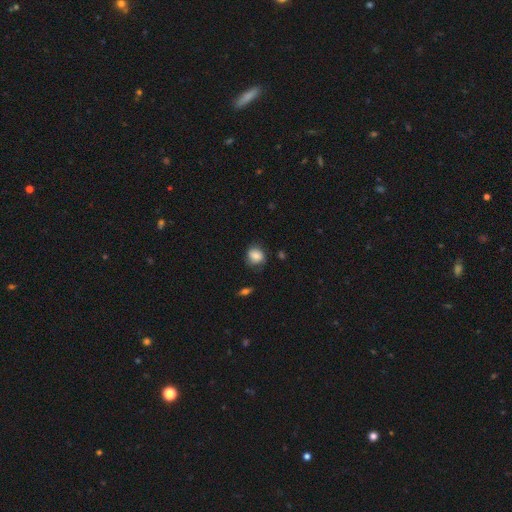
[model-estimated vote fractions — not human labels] smooth 75%, featured or disk 16%, star or artifact 9%. Down the decision tree: how rounded — round (70%); merging — none (64%).